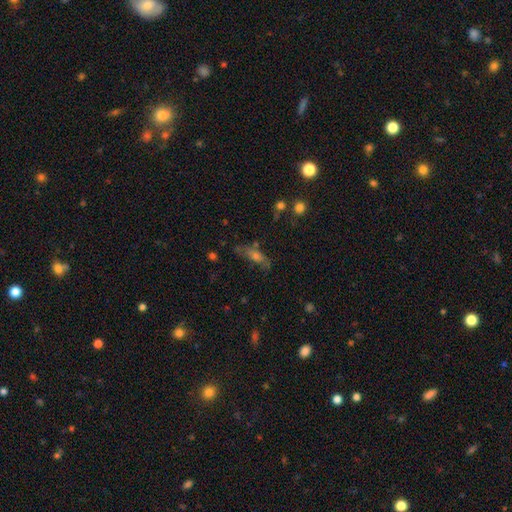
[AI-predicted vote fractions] The model was most divided on "smooth or featured": smooth: 46%, featured or disk: 36%, star or artifact: 18%. More confident: merging — none (62%).